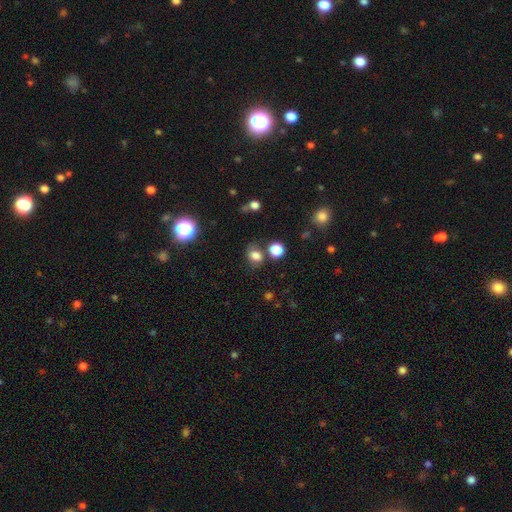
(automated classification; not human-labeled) smooth-or-featured: smooth: 77% | star or artifact: 15% | featured or disk: 9%
  how-rounded: in between: 53% | round: 46% | cigar-shaped: 1%
  merging: none: 64% | minor disturbance: 19% | merger: 11% | major disturbance: 7%